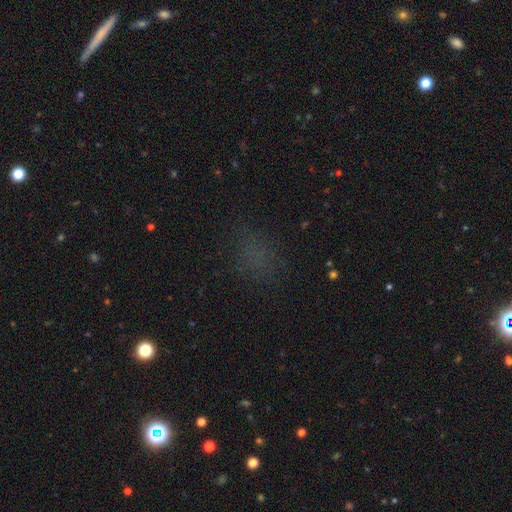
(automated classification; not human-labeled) Smooth or featured? smooth (53%)
How rounded? round (50%)
Merging? none (74%)